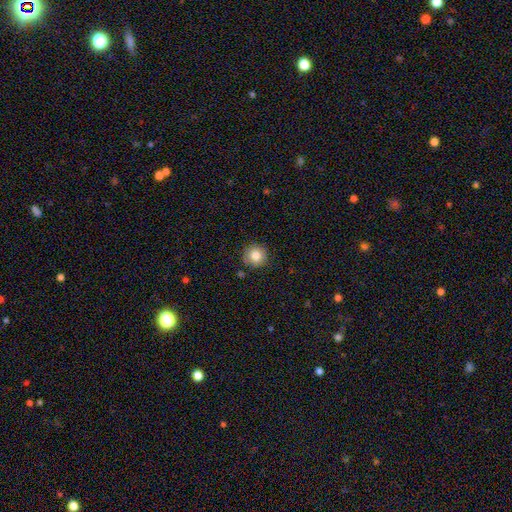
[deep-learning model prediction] This appears to be a smooth galaxy with no disk features (83%) that is round (94%). Merging: none (87%).